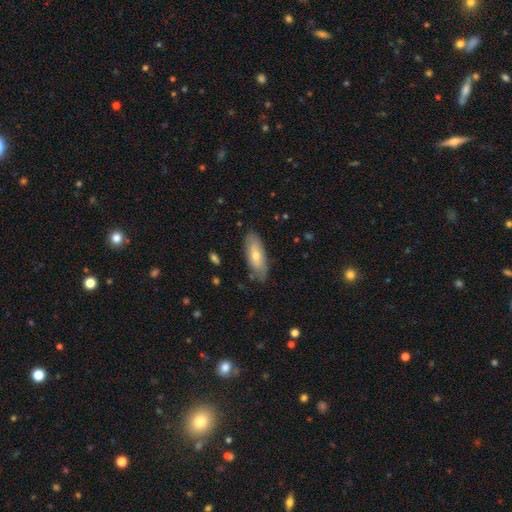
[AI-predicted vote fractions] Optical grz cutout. It shows a smooth galaxy with no disk features (54%) that is in between round and cigar-shaped (71%). Merging: none (81%).